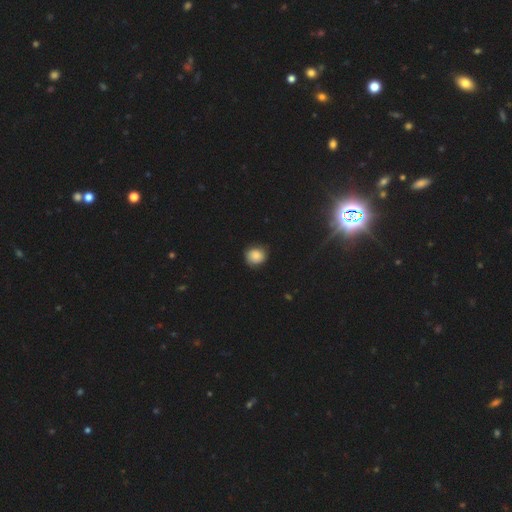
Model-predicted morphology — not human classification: Smooth or featured? smooth (85%)
How rounded? round (83%)
Merging? none (81%)